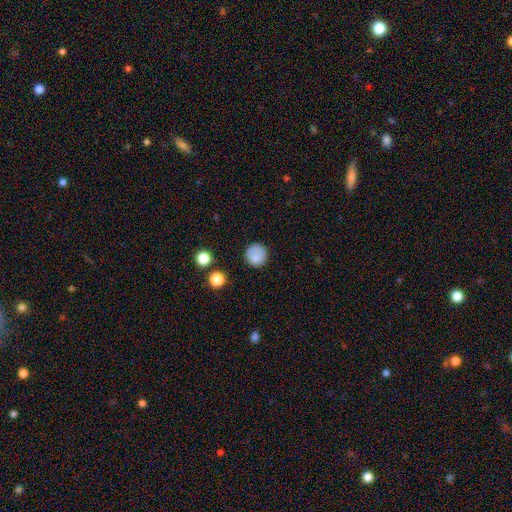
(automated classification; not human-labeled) Smooth or featured? Predicted: smooth (p=0.81). How rounded? Predicted: round (p=0.93). Merging? Predicted: none (p=0.81).